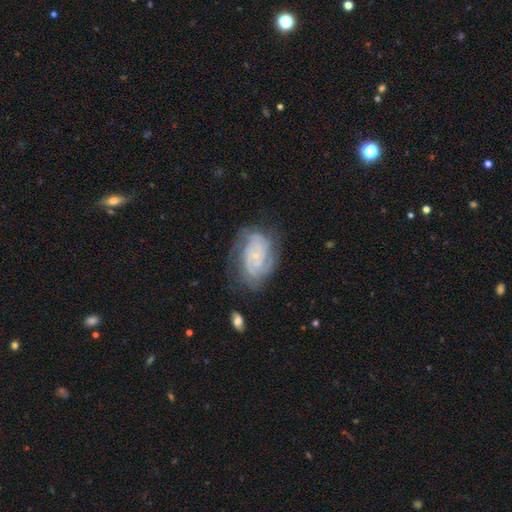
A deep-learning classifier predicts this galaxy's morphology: A featured or disk galaxy (80%) with no bar (72%), tight (65%) spiral arms (94%) and a small central bulge (79%). Merging: none (67%).